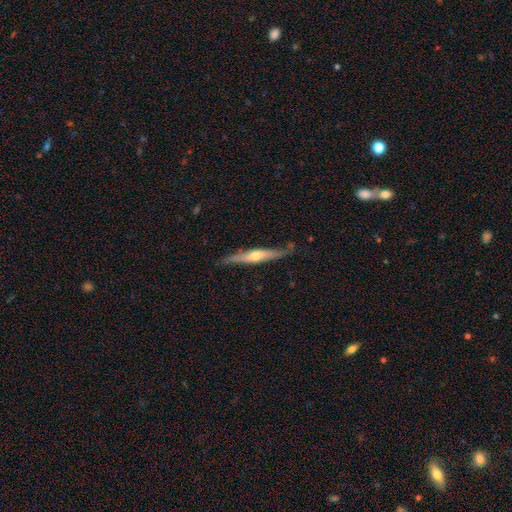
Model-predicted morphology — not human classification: Smooth or featured? Predicted: featured or disk (p=0.65). Edge-on disk? Predicted: yes (p=0.92). Edge-on bulge? Predicted: rounded (p=0.84). Merging? Predicted: none (p=0.80).